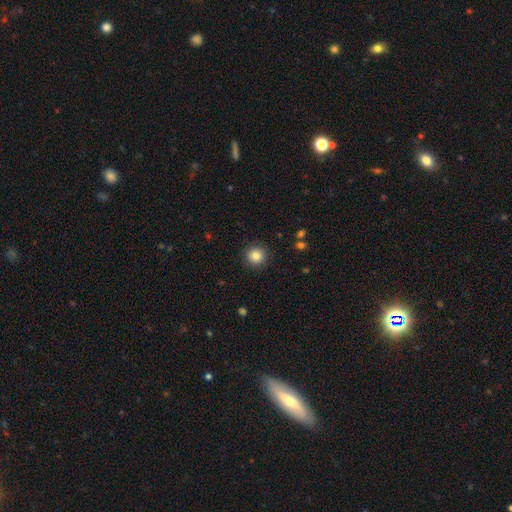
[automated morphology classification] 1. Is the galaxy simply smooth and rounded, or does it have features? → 84% smooth, 10% star or artifact, 5% featured or disk.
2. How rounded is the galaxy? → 95% round, 4% in between, 1% cigar-shaped.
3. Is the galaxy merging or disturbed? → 91% none, 6% minor disturbance, 2% major disturbance, 1% merger.